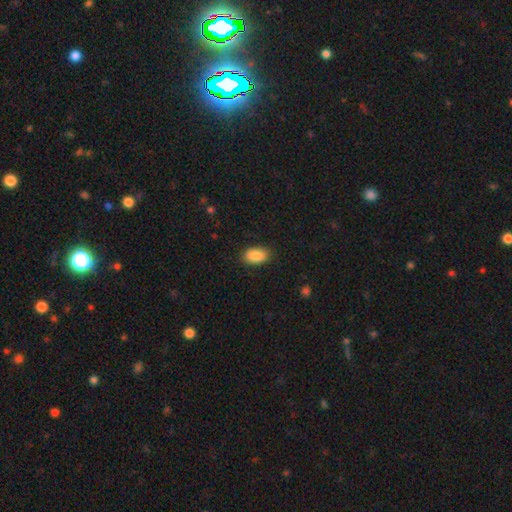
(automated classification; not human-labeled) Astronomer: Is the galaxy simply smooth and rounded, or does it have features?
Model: smooth — 89%.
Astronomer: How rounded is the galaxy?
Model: in between — 93%.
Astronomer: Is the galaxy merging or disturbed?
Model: none — 87%.